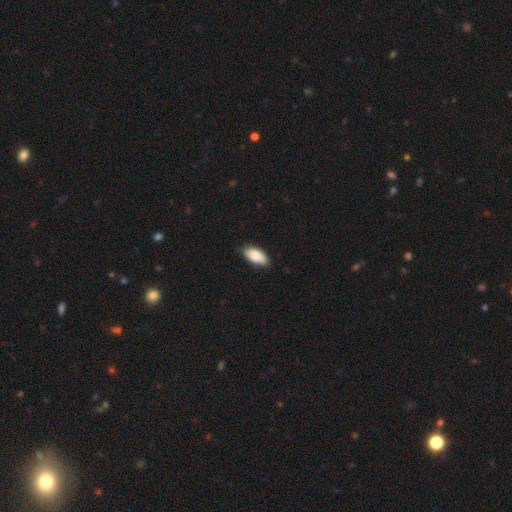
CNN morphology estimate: Smooth or featured? Predicted: smooth (p=0.86). How rounded? Predicted: in between (p=0.93). Merging? Predicted: none (p=0.81).